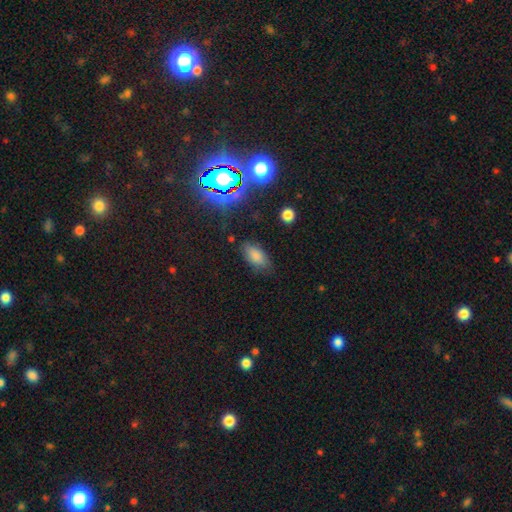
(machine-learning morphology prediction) smooth-or-featured: smooth: 78% | star or artifact: 14% | featured or disk: 8%
  how-rounded: in between: 90% | cigar-shaped: 6% | round: 4%
  merging: none: 78% | minor disturbance: 16% | major disturbance: 4% | merger: 2%